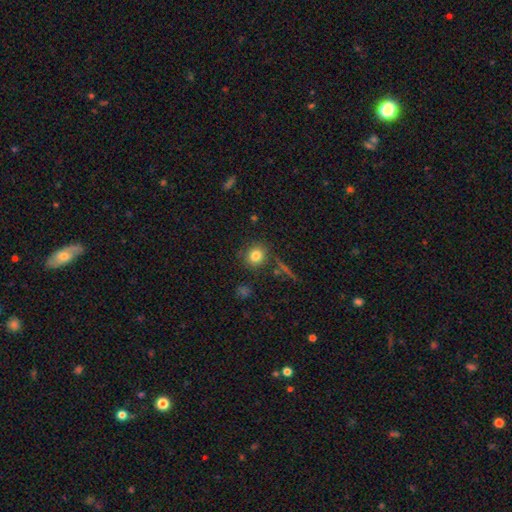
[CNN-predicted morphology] Q: Smooth or featured?
A: smooth (81%); runner-up: star or artifact (11%)
Q: How rounded?
A: round (86%); runner-up: in between (13%)
Q: Merging?
A: none (83%); runner-up: minor disturbance (9%)